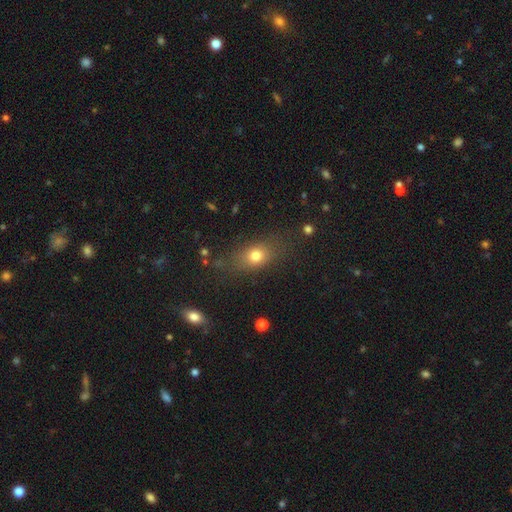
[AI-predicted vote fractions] Smooth or featured: smooth — 74% (star or artifact — 13%)
How rounded: in between — 63% (round — 29%)
Merging: none — 74% (minor disturbance — 15%)